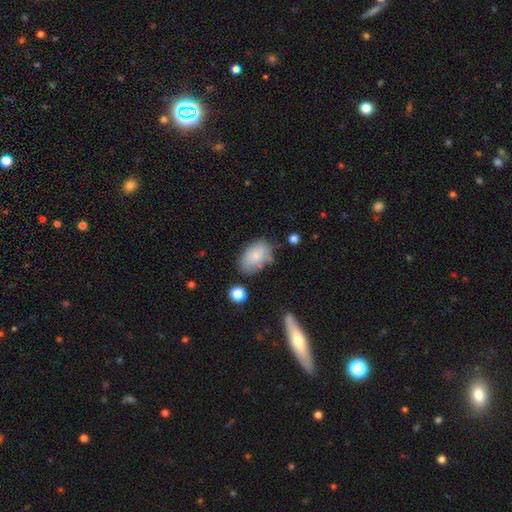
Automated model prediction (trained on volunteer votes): Overall: smooth (79%). How rounded: in between (89%). Merging: none (59%; minor disturbance 27%).